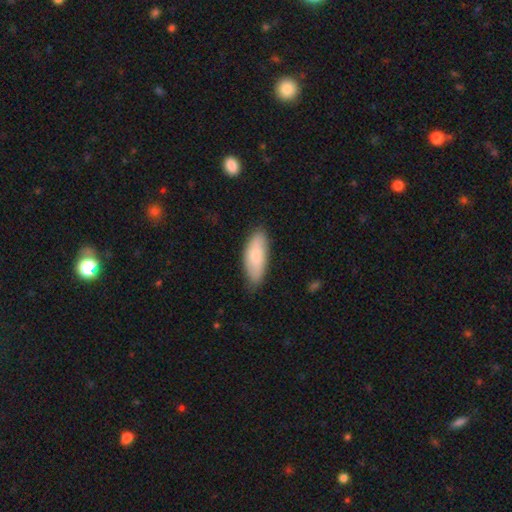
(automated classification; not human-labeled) Smooth or featured? smooth (81%)
How rounded? in between (76%)
Merging? none (78%)